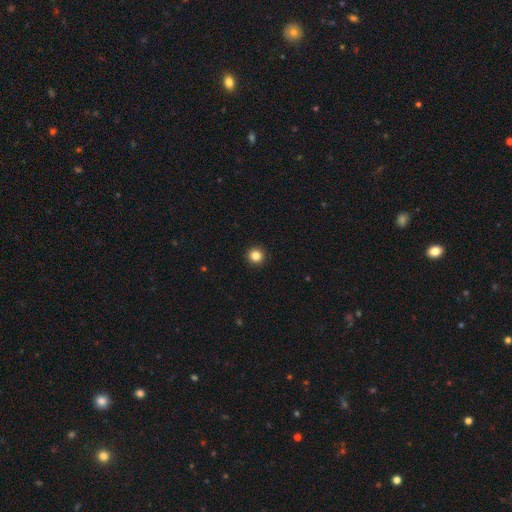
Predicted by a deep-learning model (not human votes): smooth_or_featured: smooth (p=0.84) [alt: star or artifact p=0.12]
how_rounded: round (p=0.95) [alt: in between p=0.04]
merging: none (p=0.94) [alt: minor disturbance p=0.04]